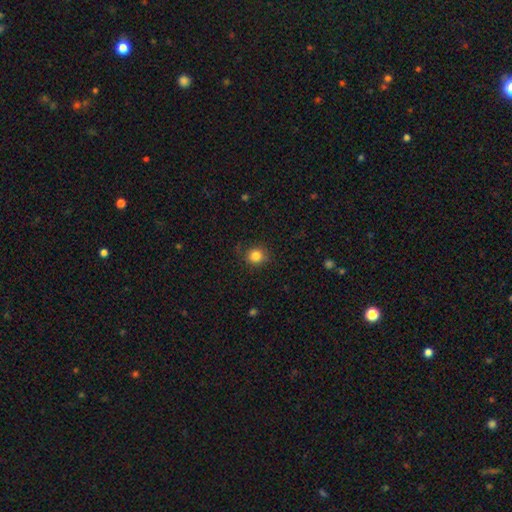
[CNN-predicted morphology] A smooth galaxy with no disk features (84%) that is round (87%). Merging: none (82%).